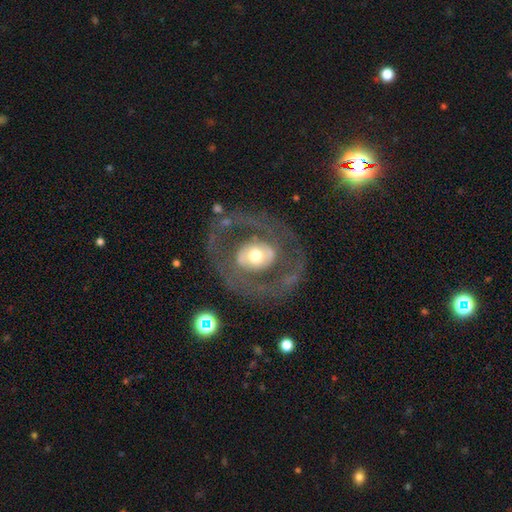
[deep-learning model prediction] smooth-or-featured: featured or disk: 71% | smooth: 23% | star or artifact: 7%
  disk-edge-on: no: 95% | yes: 5%
    bar: no: 67% | weak: 21% | strong: 12%
    has-spiral-arms: no: 50% (tied) | yes: 50% (tied)
    bulge-size: moderate: 58% | large: 28% | small: 9% | dominant: 4% | none: 1%
  merging: none: 71% | major disturbance: 15% | minor disturbance: 12% | merger: 2%